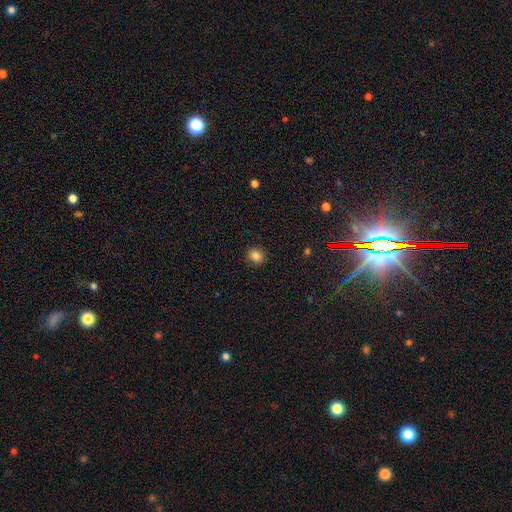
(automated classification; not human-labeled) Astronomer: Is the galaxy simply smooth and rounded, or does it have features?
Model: smooth — 84%.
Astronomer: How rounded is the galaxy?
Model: round — 82%.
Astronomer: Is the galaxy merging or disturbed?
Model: none — 91%.